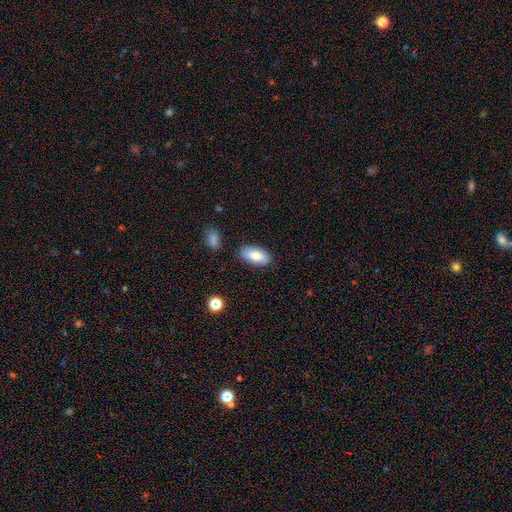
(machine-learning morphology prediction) Smooth or featured? Predicted: smooth (p=0.79). How rounded? Predicted: in between (p=0.90). Merging? Predicted: none (p=0.82).